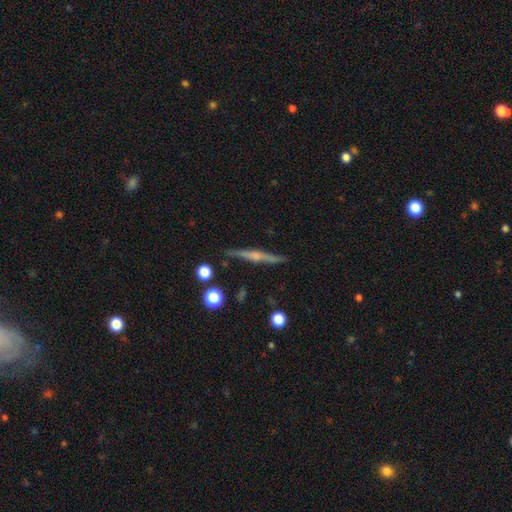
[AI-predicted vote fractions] Smooth or featured? featured or disk (70%)
Edge-on disk? yes (97%)
Edge-on bulge? rounded (70%)
Merging? none (89%)